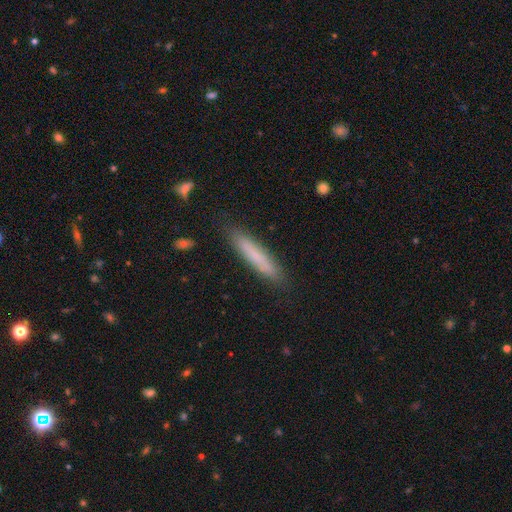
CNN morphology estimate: This appears to be a smooth galaxy with no disk features (76%) that is cigar-shaped (91%). Merging: none (87%).